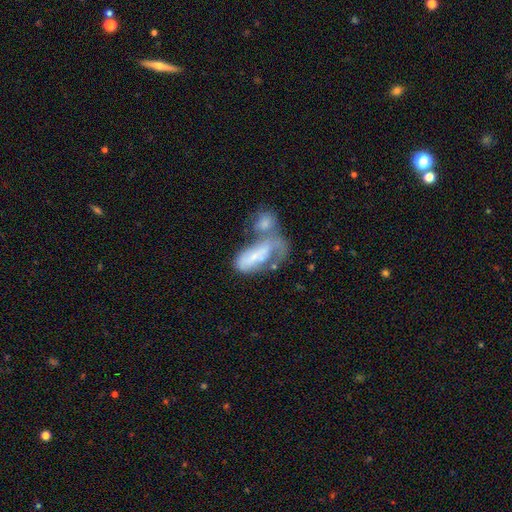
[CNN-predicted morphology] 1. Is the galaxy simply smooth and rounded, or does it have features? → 48% smooth, 44% featured or disk, 7% star or artifact.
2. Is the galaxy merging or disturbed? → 59% merger, 19% major disturbance, 12% none, 10% minor disturbance.